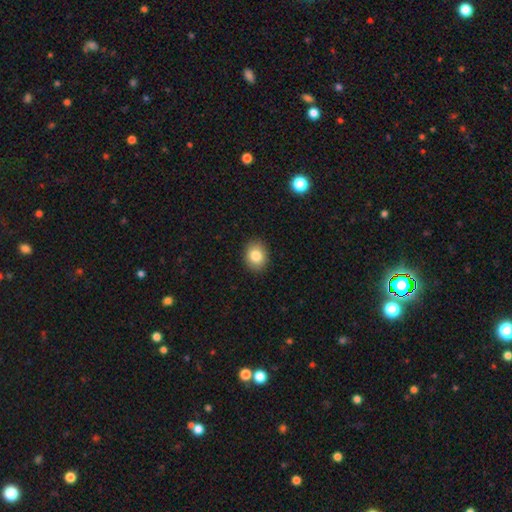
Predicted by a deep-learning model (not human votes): This appears to be a smooth galaxy with no disk features (84%) that is round (52%). Merging: none (90%).